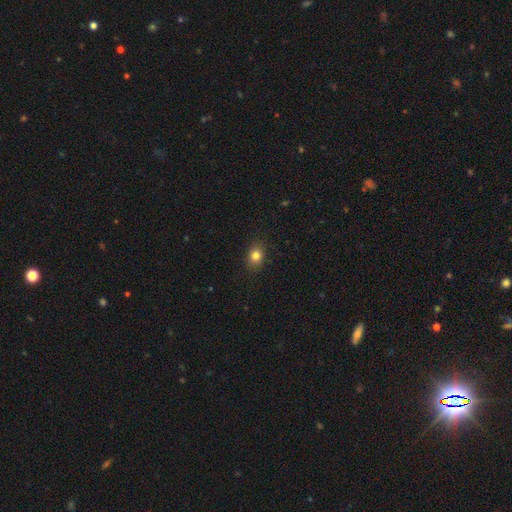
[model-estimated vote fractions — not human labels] A smooth galaxy with no disk features (81%) that is in between round and cigar-shaped (53%). Merging: none (87%).